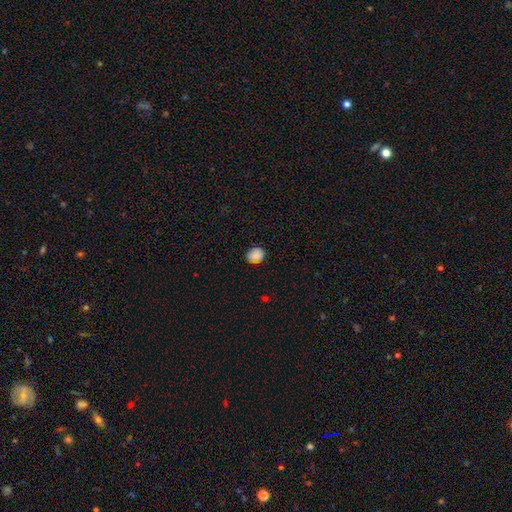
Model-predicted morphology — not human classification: type=smooth (88%); roundness=round (54%); merging=none (83%).